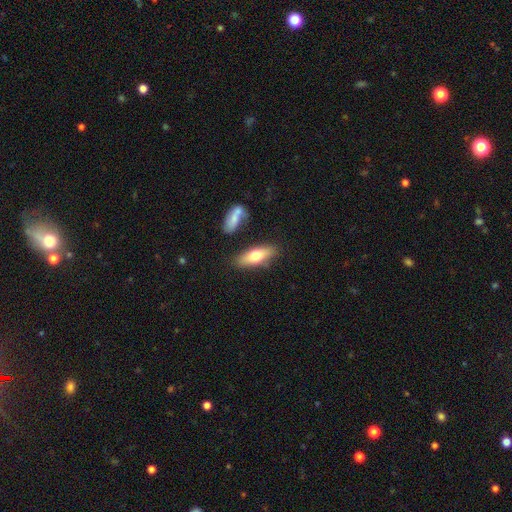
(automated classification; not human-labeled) Q: Smooth or featured?
A: smooth (65%); runner-up: featured or disk (29%)
Q: How rounded?
A: in between (57%); runner-up: cigar-shaped (40%)
Q: Merging?
A: none (78%); runner-up: minor disturbance (13%)